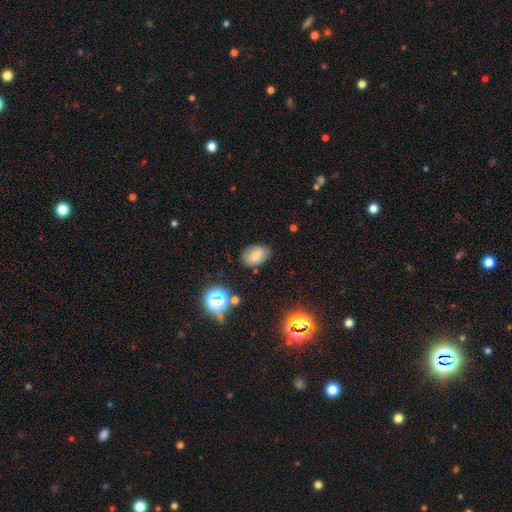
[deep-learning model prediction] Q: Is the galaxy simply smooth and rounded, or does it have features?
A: smooth — 70%.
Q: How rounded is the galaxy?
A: in between — 79%.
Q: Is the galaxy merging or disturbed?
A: none — 80%.